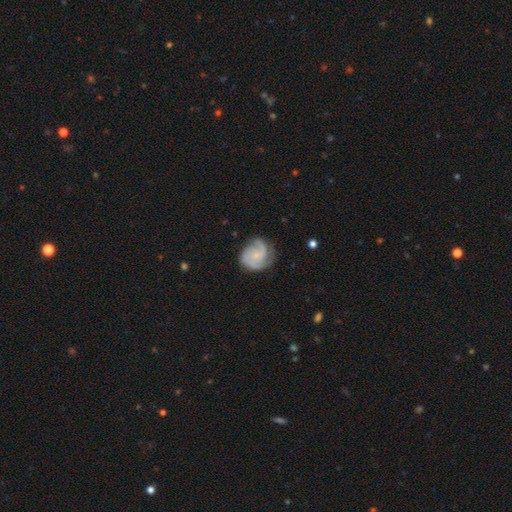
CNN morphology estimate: The model was most divided on "spiral winding": medium: 43%, tight: 42%, loose: 15%. Remaining: edge-on disk — no (98%); spiral arms — yes (95%); smooth or featured — featured or disk (73%); bar — no (71%); merging — none (65%); bulge size — small (59%); spiral arm count — 2 (38%).